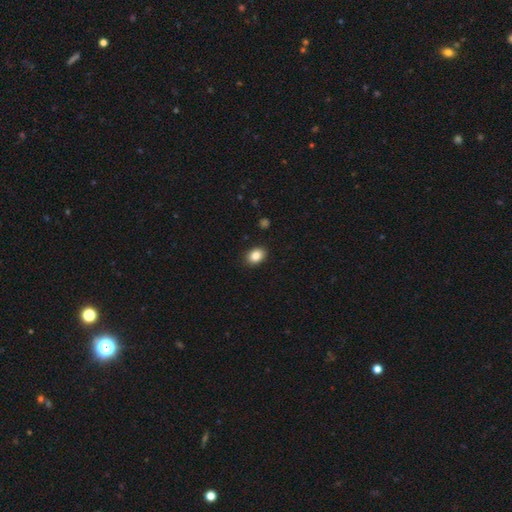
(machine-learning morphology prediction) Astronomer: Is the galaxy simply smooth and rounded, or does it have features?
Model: smooth — 87%.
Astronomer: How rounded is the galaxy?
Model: in between — 73%.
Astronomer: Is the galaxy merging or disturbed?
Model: none — 89%.